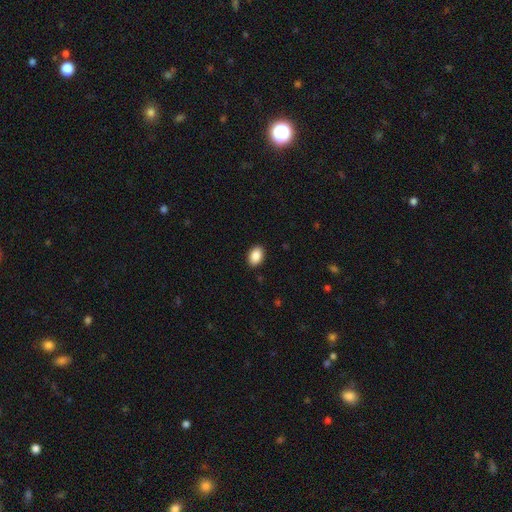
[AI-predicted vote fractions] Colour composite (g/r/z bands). It shows a smooth galaxy with no disk features (89%) that is in between round and cigar-shaped (84%). Merging: none (90%).